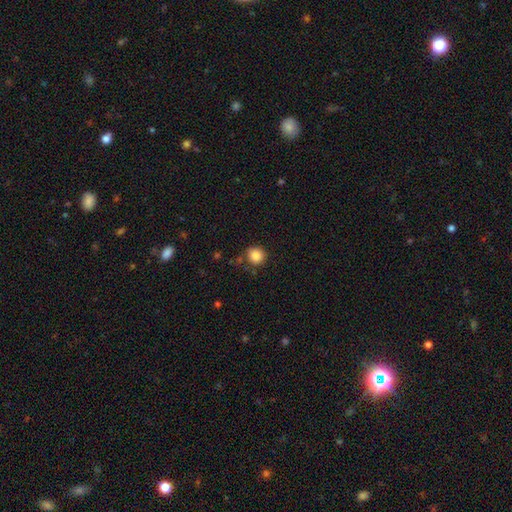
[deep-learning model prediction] The model was most divided on "merging": none: 83%, minor disturbance: 11%, merger: 3%, major disturbance: 3%. More confident: how rounded — round (91%); smooth or featured — smooth (86%).